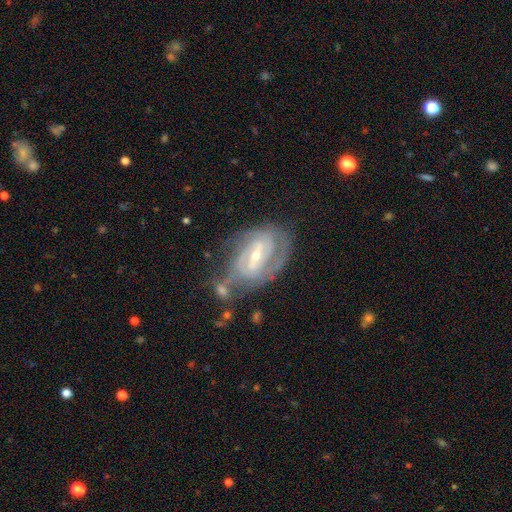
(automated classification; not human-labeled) Smooth or featured?
  - featured or disk: 85% *
  - smooth: 9%
  - star or artifact: 6%
Edge-on disk?
  - no: 96% *
  - yes: 4%
Bar?
  - weak: 44% *
  - strong: 38%
  - no: 18%
Spiral arms?
  - yes: 92% *
  - no: 8%
Spiral winding?
  - tight: 63% *
  - medium: 30%
  - loose: 7%
Spiral arm count?
  - 2: 46% *
  - can't tell: 27%
  - 3: 15%
  - 4: 4%
  - 1: 4%
  - more than 4: 3%
Bulge size?
  - small: 60% *
  - moderate: 36%
  - large: 2%
  - none: 1%
  - dominant: 1%
Merging?
  - none: 53% *
  - minor disturbance: 22%
  - major disturbance: 14%
  - merger: 12%